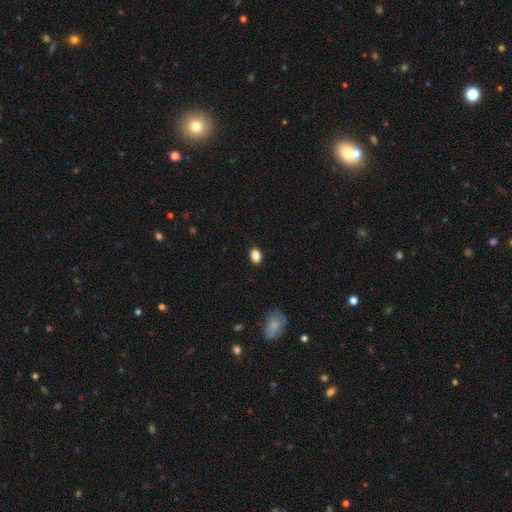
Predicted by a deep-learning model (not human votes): smooth 87%, star or artifact 9%, featured or disk 4%. Down the decision tree: how rounded — in between (76%); merging — none (87%).